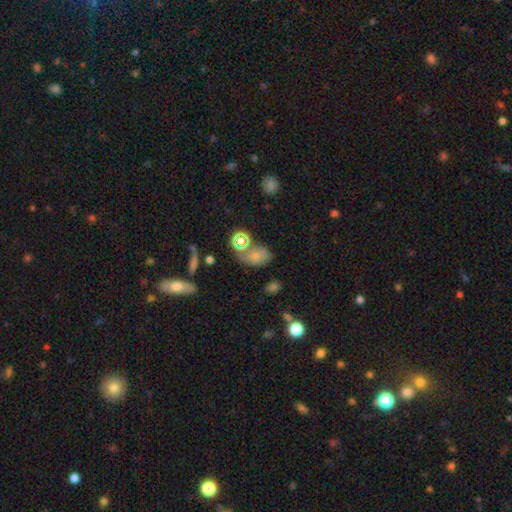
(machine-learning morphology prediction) The model was most divided on "merging": none: 53%, minor disturbance: 22%, merger: 13%, major disturbance: 12%. More confident: how rounded — in between (80%); smooth or featured — smooth (63%).